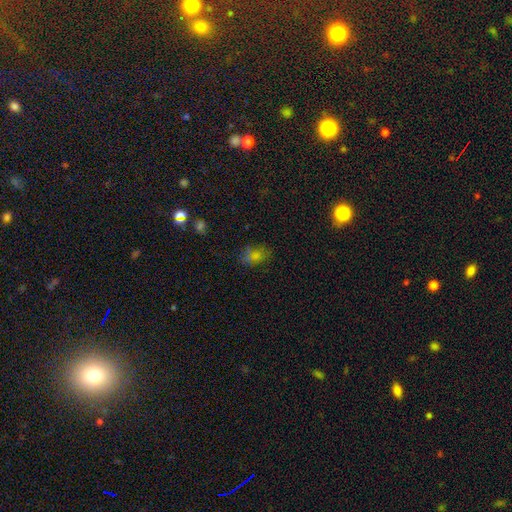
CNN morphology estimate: A smooth galaxy with no disk features (58%) that is in between round and cigar-shaped (73%). Merging: none (61%).